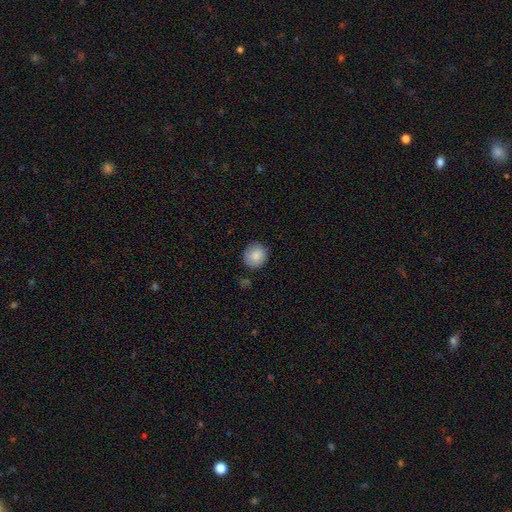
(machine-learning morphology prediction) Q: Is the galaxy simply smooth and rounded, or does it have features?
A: smooth — 86%.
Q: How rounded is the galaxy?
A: round — 86%.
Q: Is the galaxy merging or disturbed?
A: none — 84%.